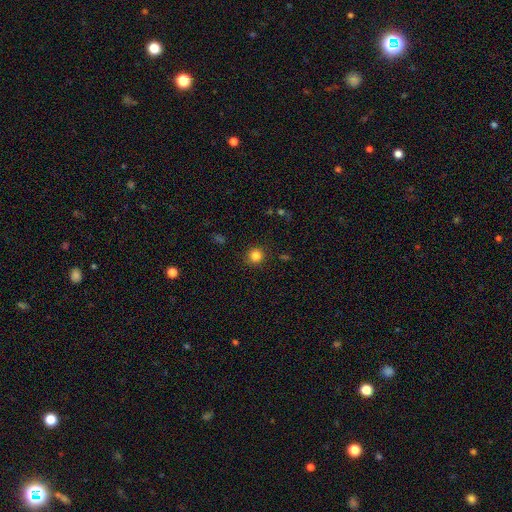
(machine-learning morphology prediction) Smooth or featured?
  - smooth: 83% *
  - star or artifact: 12%
  - featured or disk: 5%
How rounded?
  - round: 93% *
  - in between: 6%
  - cigar-shaped: 1%
Merging?
  - none: 90% *
  - minor disturbance: 7%
  - major disturbance: 2%
  - merger: 1%